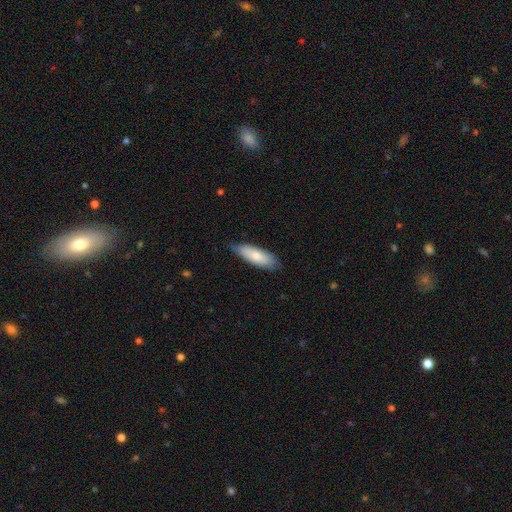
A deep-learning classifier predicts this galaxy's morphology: Smooth or featured? smooth (74%)
How rounded? in between (60%)
Merging? none (76%)